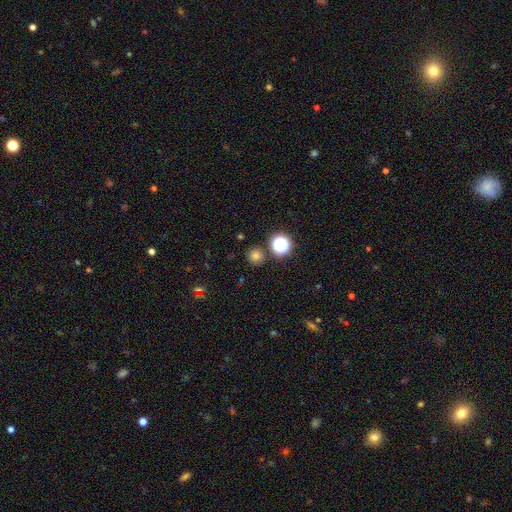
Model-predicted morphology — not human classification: type=smooth (72%); roundness=round (93%); merging=none (86%).